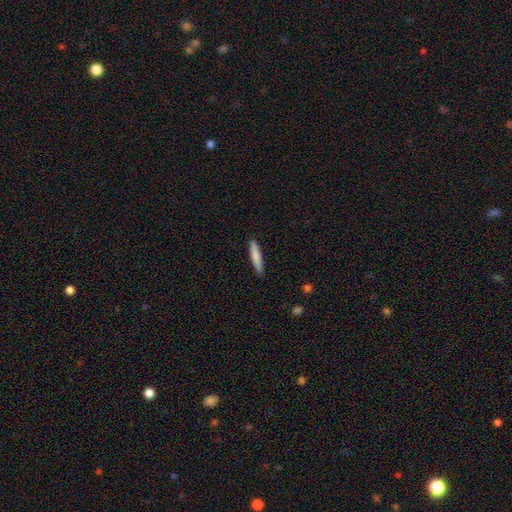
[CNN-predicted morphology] type=smooth (80%); roundness=cigar-shaped (89%); merging=none (86%).